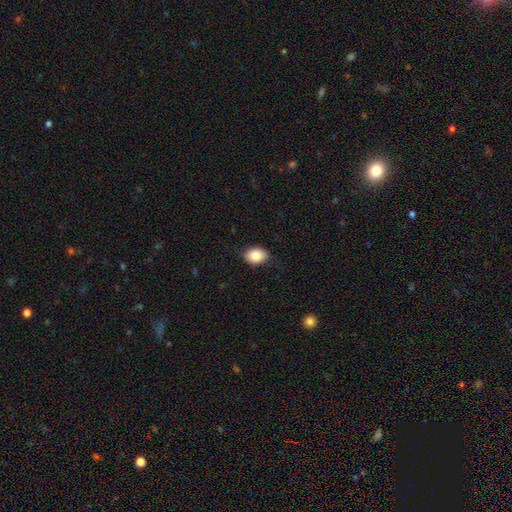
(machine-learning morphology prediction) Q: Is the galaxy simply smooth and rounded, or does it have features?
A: smooth — 86%.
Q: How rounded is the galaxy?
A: in between — 71%.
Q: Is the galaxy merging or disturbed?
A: none — 83%.